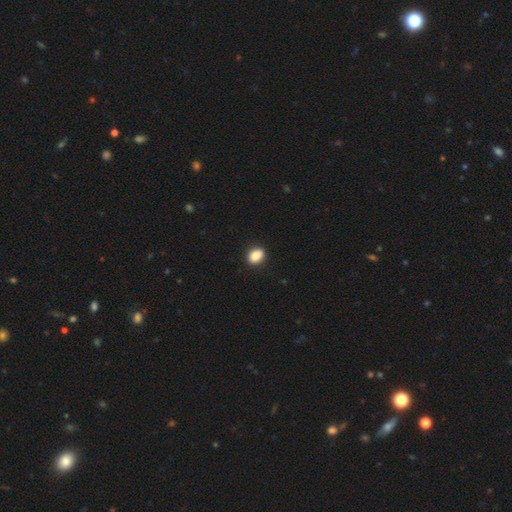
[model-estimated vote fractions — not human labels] smooth 86%, star or artifact 9%, featured or disk 5%. Down the decision tree: how rounded — in between (69%); merging — none (89%).